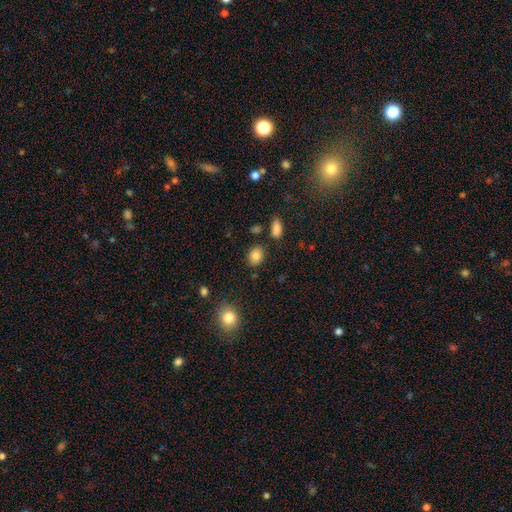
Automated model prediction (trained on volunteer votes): Smooth or featured? Predicted: smooth (p=0.85). How rounded? Predicted: in between (p=0.54). Merging? Predicted: none (p=0.84).